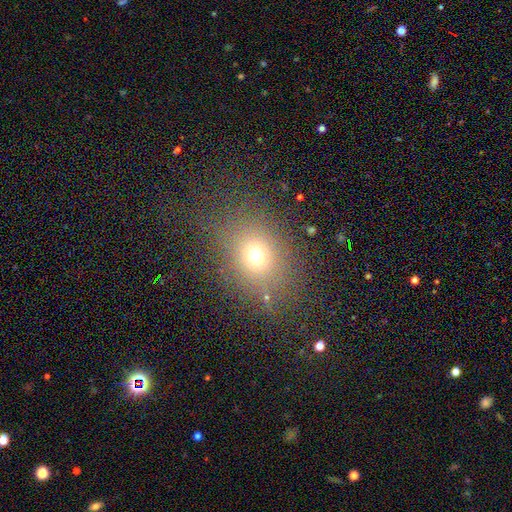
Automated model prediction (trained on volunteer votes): Overall: smooth (65%). How rounded: round (57%; in between 42%). Merging: none (76%).